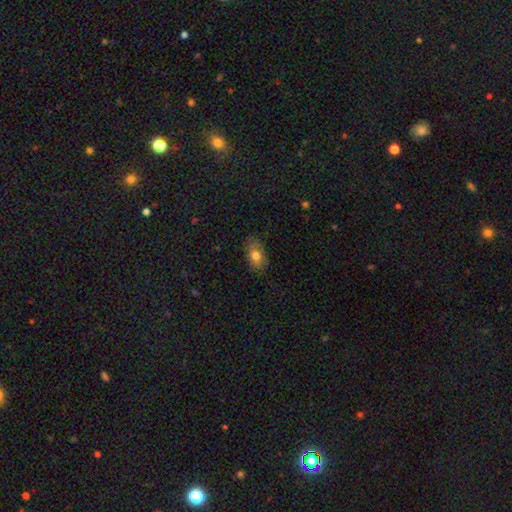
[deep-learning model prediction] Smooth or featured? Predicted: smooth (p=0.76). How rounded? Predicted: in between (p=0.85). Merging? Predicted: none (p=0.81).